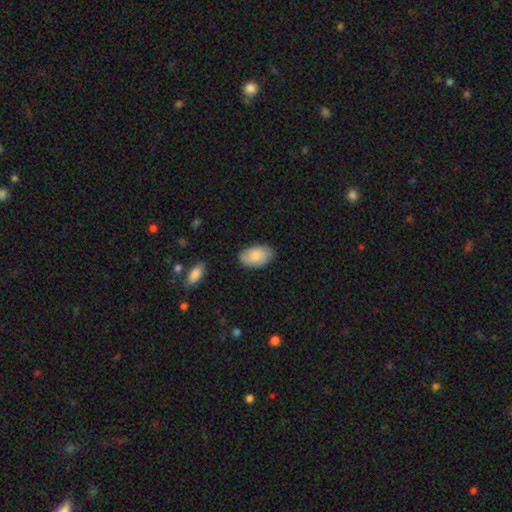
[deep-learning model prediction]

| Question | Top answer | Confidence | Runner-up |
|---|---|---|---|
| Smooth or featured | smooth | 85% | featured or disk (10%) |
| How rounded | in between | 93% | round (5%) |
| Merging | none | 83% | minor disturbance (13%) |